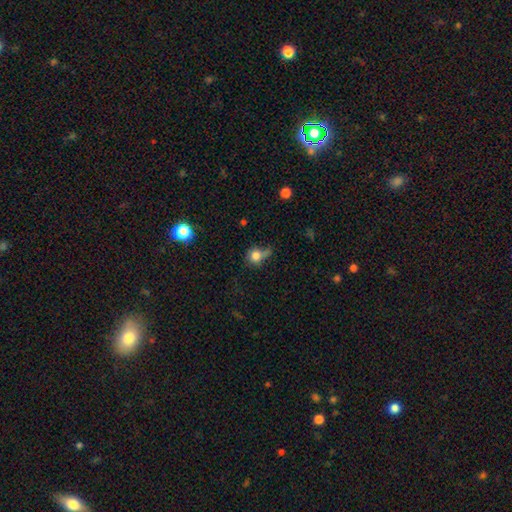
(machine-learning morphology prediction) smooth_or_featured: smooth (p=0.77) [alt: star or artifact p=0.12]
how_rounded: round (p=0.78) [alt: in between p=0.20]
merging: none (p=0.42) [alt: minor disturbance p=0.30]